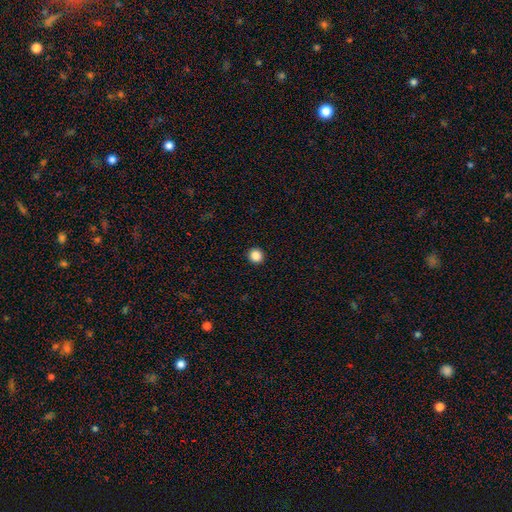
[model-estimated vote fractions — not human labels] smooth_or_featured: smooth (p=0.87) [alt: star or artifact p=0.10]
how_rounded: round (p=0.94) [alt: in between p=0.05]
merging: none (p=0.94) [alt: minor disturbance p=0.04]